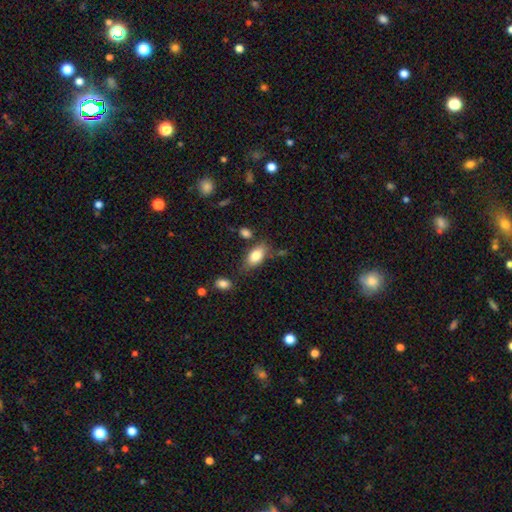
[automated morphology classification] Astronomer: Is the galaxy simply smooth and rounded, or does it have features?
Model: smooth — 81%.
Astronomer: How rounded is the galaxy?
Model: in between — 90%.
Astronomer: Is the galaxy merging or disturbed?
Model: none — 71%.